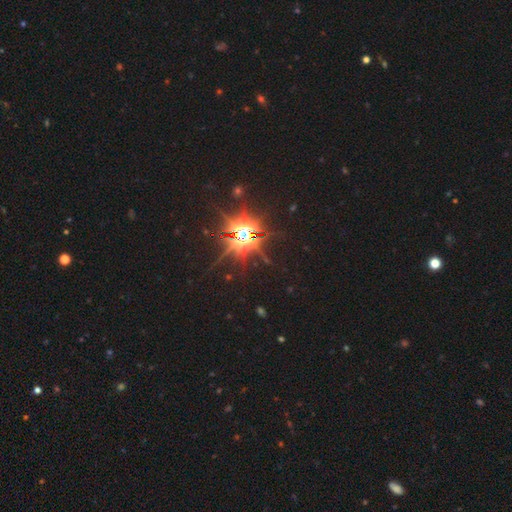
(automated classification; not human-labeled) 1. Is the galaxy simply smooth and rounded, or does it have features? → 85% star or artifact, 10% smooth, 5% featured or disk.